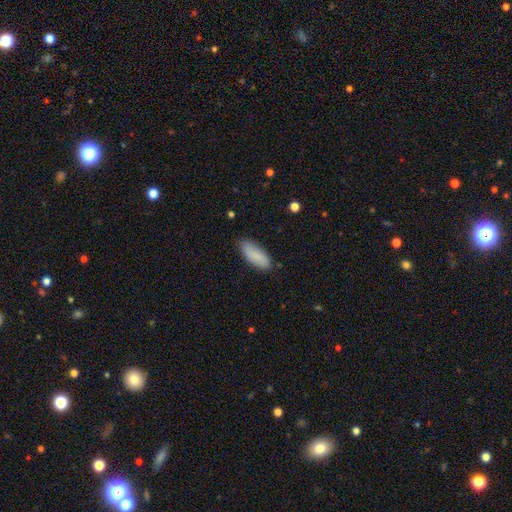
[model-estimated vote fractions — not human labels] This appears to be a smooth galaxy with no disk features (84%) that is in between round and cigar-shaped (76%). Merging: none (82%).